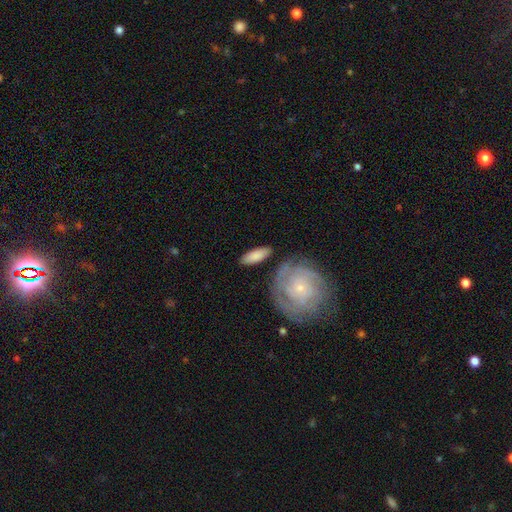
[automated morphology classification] Q: Smooth or featured?
A: smooth (79%); runner-up: featured or disk (16%)
Q: How rounded?
A: in between (72%); runner-up: cigar-shaped (25%)
Q: Merging?
A: none (79%); runner-up: minor disturbance (12%)